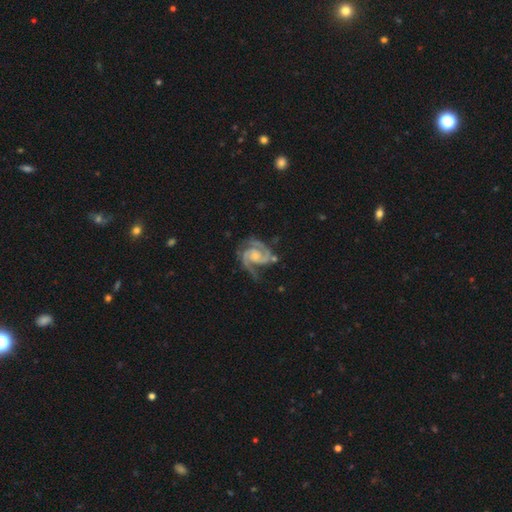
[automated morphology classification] This is clearly a featured or disk galaxy (92%). It is clearly not viewed edge-on (98%). Bar: likely no (61%). Spiral arm pattern: clearly yes (98%). Spiral arm count: clearly 2 (85%). Spiral winding: possibly medium (50%). Central bulge: possibly small (52%). Merging: likely none (64%).